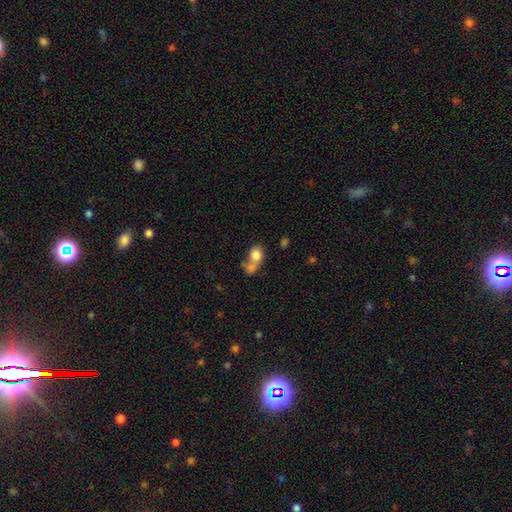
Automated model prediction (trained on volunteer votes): A smooth galaxy with no disk features (77%) that is round (50%).

Vote fractions:
- Smooth or featured? smooth: 77% / featured or disk: 14% / star or artifact: 8%
- How rounded? round: 50% / in between: 49% / cigar-shaped: 2%
- Merging? merger: 63% / none: 22% / minor disturbance: 8% / major disturbance: 7%